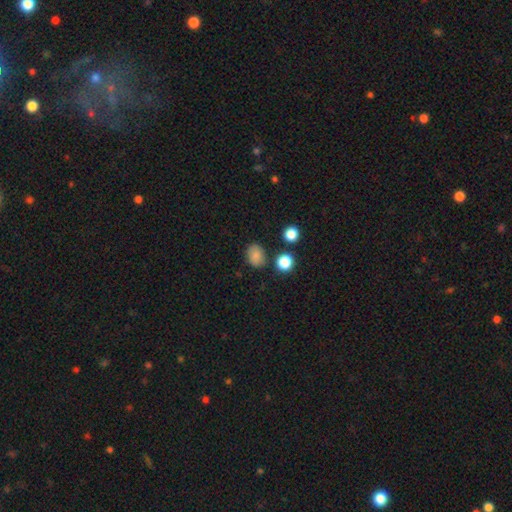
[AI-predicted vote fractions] Smooth or featured?
  - smooth: 82% *
  - star or artifact: 12%
  - featured or disk: 6%
How rounded?
  - in between: 60% *
  - round: 39%
  - cigar-shaped: 1%
Merging?
  - none: 77% *
  - minor disturbance: 15%
  - merger: 4%
  - major disturbance: 4%